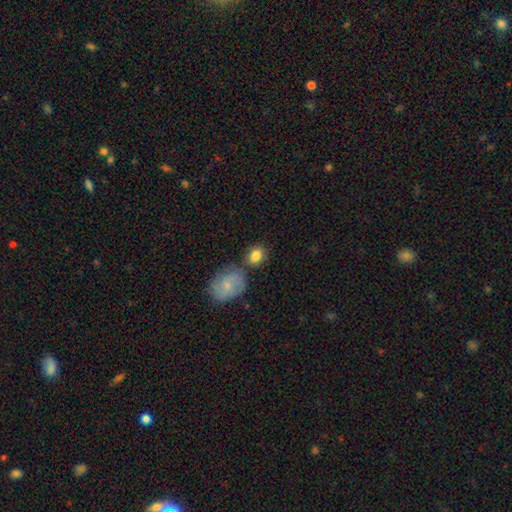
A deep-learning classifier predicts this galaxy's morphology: Smooth or featured: smooth — 85% (featured or disk — 8%)
How rounded: in between — 51% (round — 48%)
Merging: none — 63% (merger — 18%)